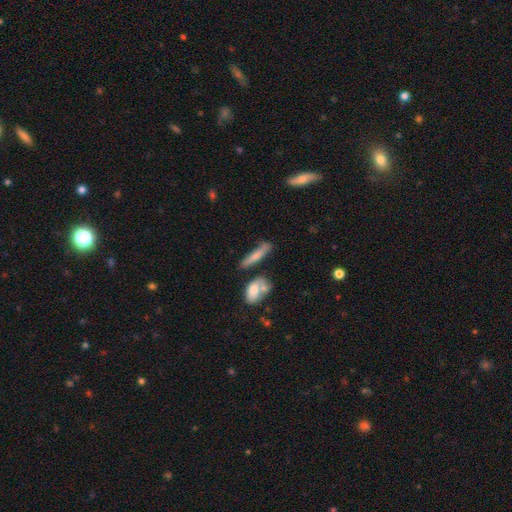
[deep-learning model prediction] The model was most divided on "smooth or featured": smooth: 66%, featured or disk: 27%, star or artifact: 7%. More confident: how rounded — cigar-shaped (79%); merging — none (60%).